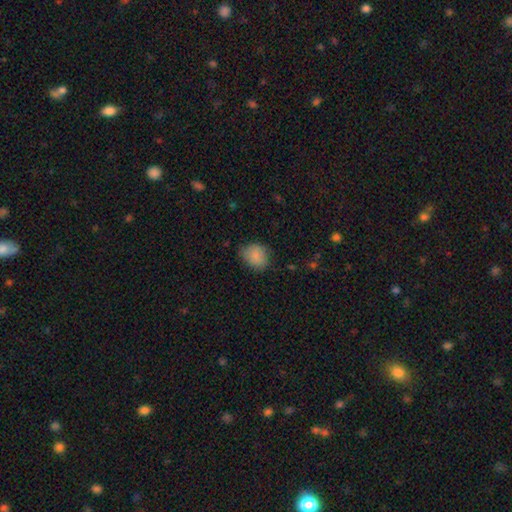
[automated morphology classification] Smooth or featured? Predicted: smooth (p=0.84). How rounded? Predicted: round (p=0.57). Merging? Predicted: none (p=0.66).